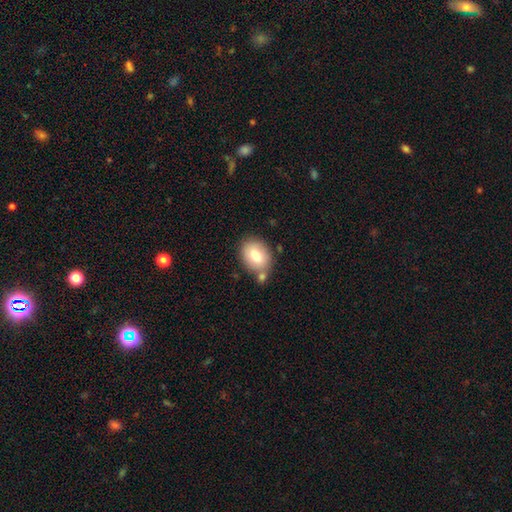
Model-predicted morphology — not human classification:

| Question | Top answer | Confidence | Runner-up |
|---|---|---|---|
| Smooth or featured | smooth | 77% | featured or disk (15%) |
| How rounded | in between | 67% | round (32%) |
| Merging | none | 65% | merger (17%) |